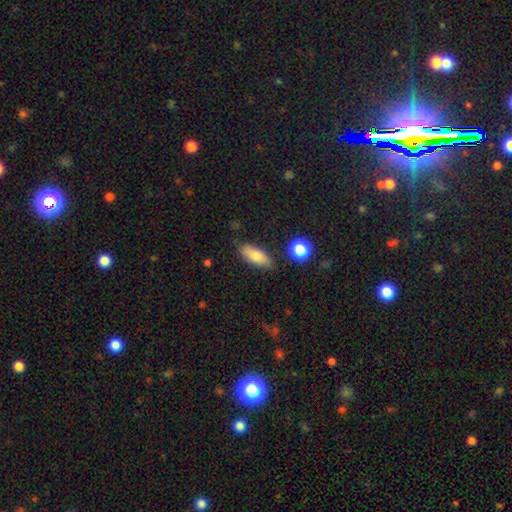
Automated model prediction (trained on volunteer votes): This is likely a smooth galaxy (77%). How rounded: likely in between (75%). Merging: likely none (79%).